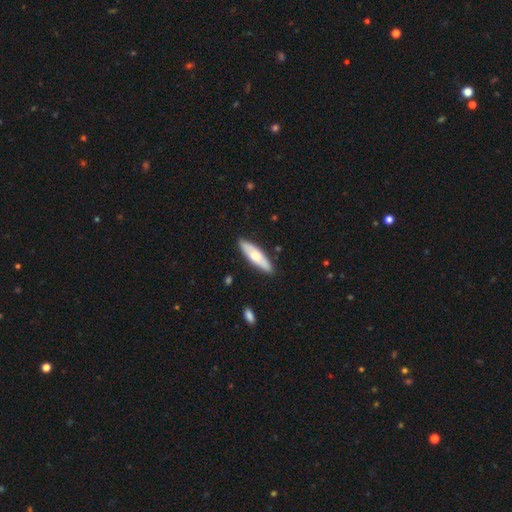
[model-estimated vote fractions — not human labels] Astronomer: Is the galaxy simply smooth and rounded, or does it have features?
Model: smooth — 56% (runner-up: featured or disk, 39%).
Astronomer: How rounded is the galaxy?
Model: cigar-shaped — 53% (runner-up: in between, 46%).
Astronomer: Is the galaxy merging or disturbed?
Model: none — 87%.